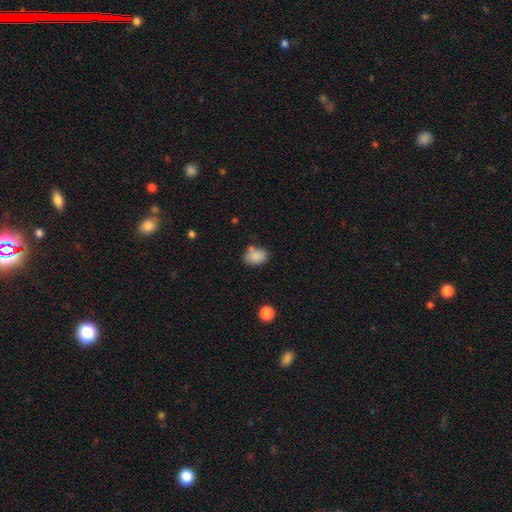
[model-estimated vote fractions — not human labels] smooth_or_featured: smooth (p=0.85) [alt: star or artifact p=0.09]
how_rounded: in between (p=0.69) [alt: round p=0.30]
merging: none (p=0.67) [alt: minor disturbance p=0.19]